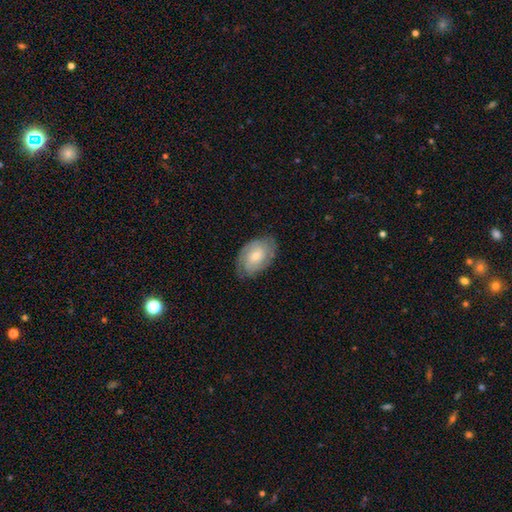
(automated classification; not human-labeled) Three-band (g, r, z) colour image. It shows a featured or disk galaxy (60%) with no bar (67%), spiral arms (84%) and a small central bulge (51%). Merging: none (74%).